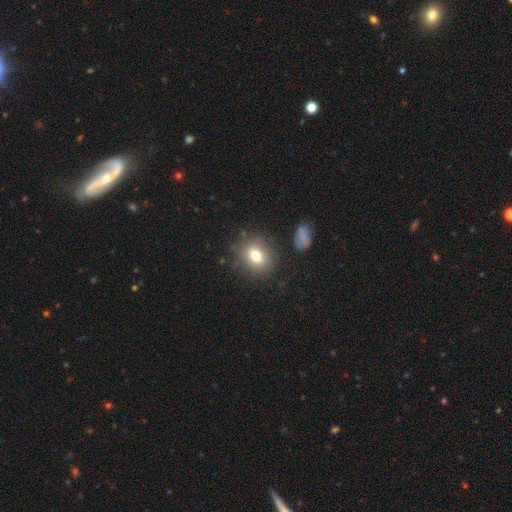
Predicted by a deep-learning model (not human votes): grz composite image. It shows a smooth galaxy with no disk features (76%) that is round (56%). Merging: none (83%).